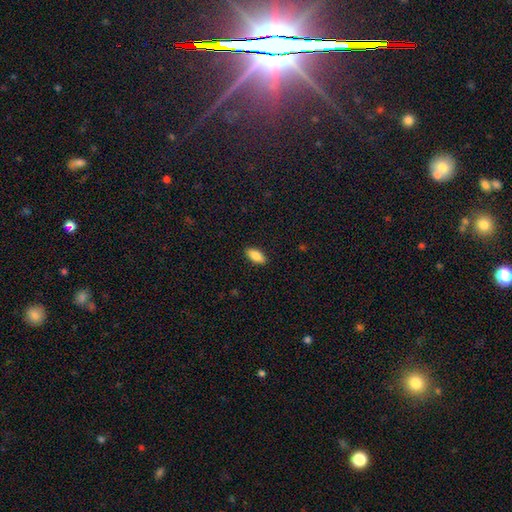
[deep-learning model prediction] The model was most divided on "smooth or featured": smooth: 87%, featured or disk: 7%, star or artifact: 7%. More confident: merging — none (89%); how rounded — in between (89%).